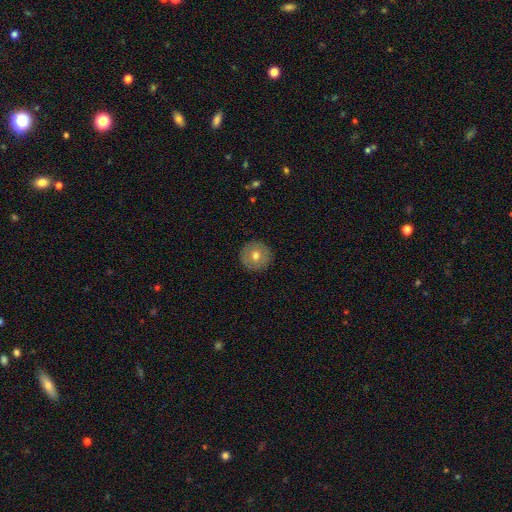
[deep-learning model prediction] smooth-or-featured: smooth: 66% | featured or disk: 26% | star or artifact: 8%
  how-rounded: round: 96% | in between: 3% | cigar-shaped: 1%
  merging: none: 92% | minor disturbance: 6% | major disturbance: 2% | merger: 1%